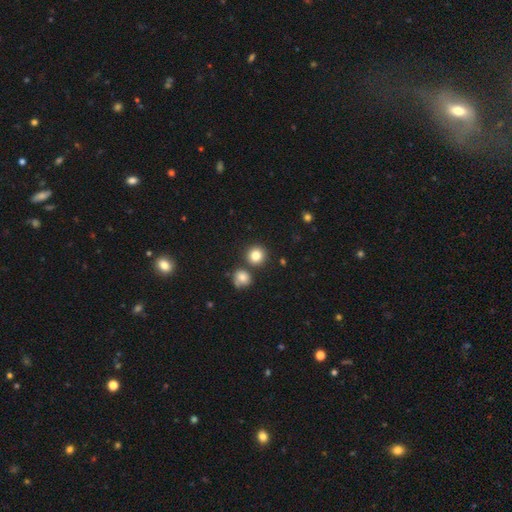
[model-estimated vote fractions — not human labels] Smooth or featured? Predicted: smooth (p=0.83). How rounded? Predicted: round (p=0.92). Merging? Predicted: none (p=0.81).